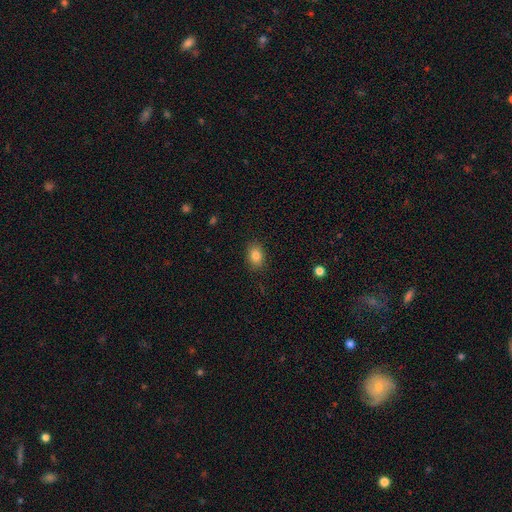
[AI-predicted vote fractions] A smooth galaxy with no disk features (84%) that is in between round and cigar-shaped (71%).

Vote fractions:
- Smooth or featured? smooth: 84% / star or artifact: 10% / featured or disk: 6%
- How rounded? in between: 71% / round: 28% / cigar-shaped: 1%
- Merging? none: 86% / minor disturbance: 10% / major disturbance: 3% / merger: 1%